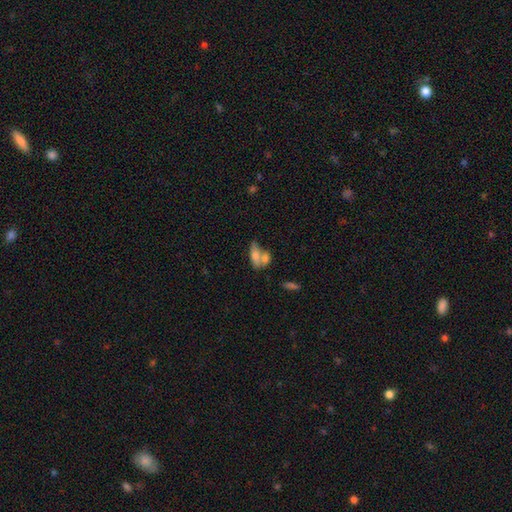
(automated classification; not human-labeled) smooth_or_featured: smooth (p=0.67) [alt: featured or disk p=0.25]
how_rounded: in between (p=0.77) [alt: cigar-shaped p=0.16]
merging: merger (p=0.54) [alt: none p=0.29]